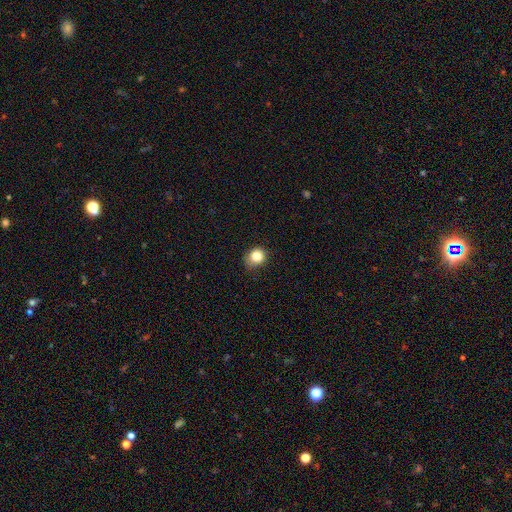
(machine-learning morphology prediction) A smooth galaxy with no disk features (84%) that is round (72%).

Vote fractions:
- Smooth or featured? smooth: 84% / star or artifact: 10% / featured or disk: 6%
- How rounded? round: 72% / in between: 27% / cigar-shaped: 1%
- Merging? none: 65% / minor disturbance: 27% / major disturbance: 6% / merger: 2%